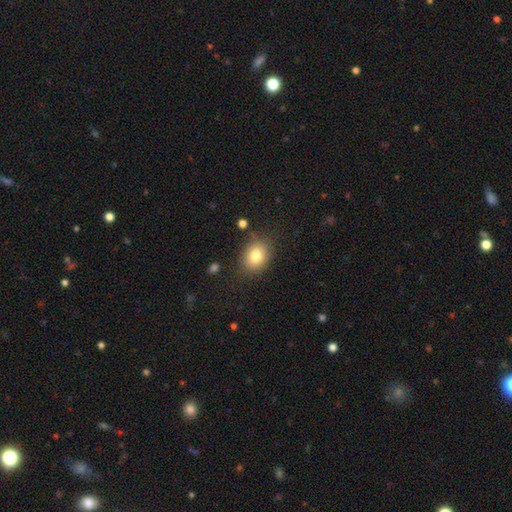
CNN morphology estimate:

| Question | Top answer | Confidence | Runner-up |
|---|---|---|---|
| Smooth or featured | smooth | 80% | star or artifact (10%) |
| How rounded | in between | 58% | round (41%) |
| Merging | none | 80% | minor disturbance (14%) |